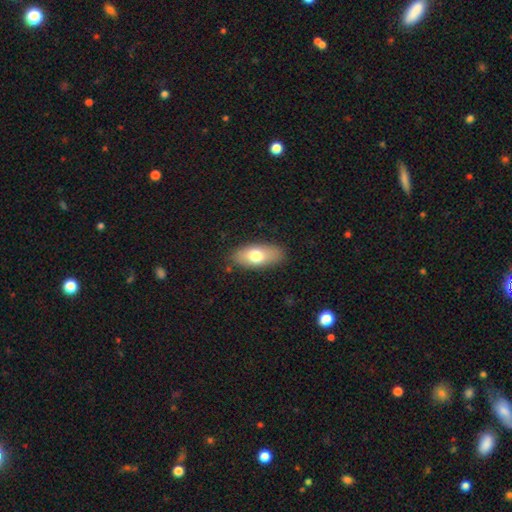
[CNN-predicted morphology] Q: Smooth or featured?
A: smooth (73%); runner-up: featured or disk (21%)
Q: How rounded?
A: in between (87%); runner-up: cigar-shaped (9%)
Q: Merging?
A: none (84%); runner-up: minor disturbance (12%)